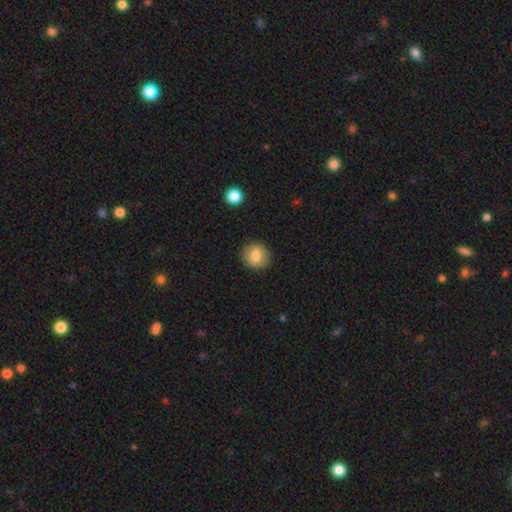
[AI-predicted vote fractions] This is clearly a smooth galaxy (80%). How rounded: clearly round (88%). Merging: clearly none (90%).